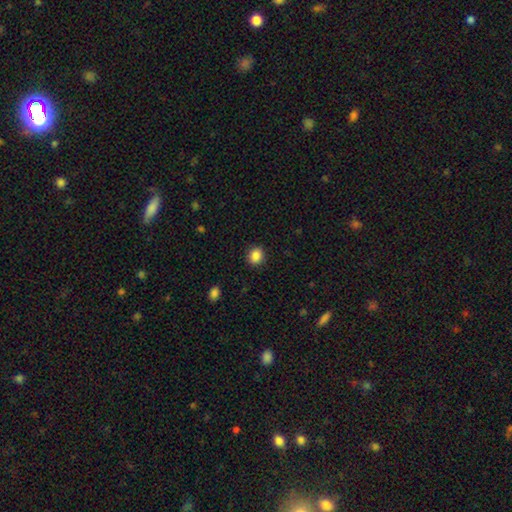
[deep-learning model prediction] smooth_or_featured: smooth (p=0.88) [alt: star or artifact p=0.09]
how_rounded: round (p=0.75) [alt: in between p=0.24]
merging: none (p=0.89) [alt: minor disturbance p=0.07]